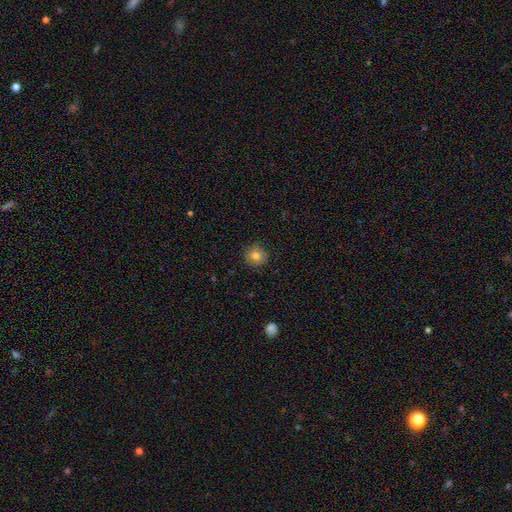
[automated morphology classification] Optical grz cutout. It shows a smooth galaxy with no disk features (78%) that is round (90%). Merging: none (84%).